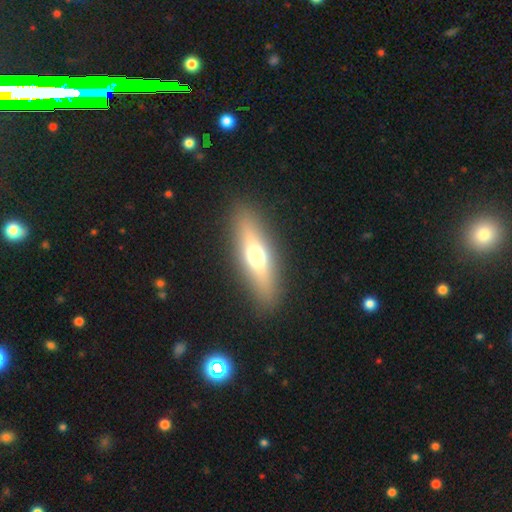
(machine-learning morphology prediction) Q: Smooth or featured?
A: smooth (55%); runner-up: featured or disk (37%)
Q: How rounded?
A: cigar-shaped (49%); runner-up: in between (47%)
Q: Merging?
A: none (89%); runner-up: minor disturbance (7%)